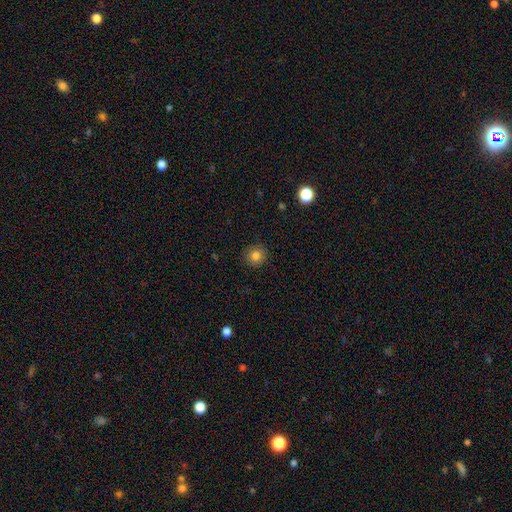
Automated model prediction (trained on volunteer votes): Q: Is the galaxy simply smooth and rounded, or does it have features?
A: smooth — 81%.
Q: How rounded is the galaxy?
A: round — 90%.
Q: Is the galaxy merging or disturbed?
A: none — 90%.